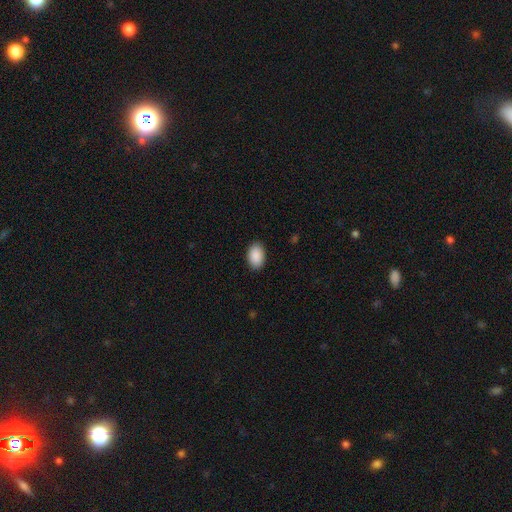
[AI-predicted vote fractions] A smooth galaxy with no disk features (91%) that is in between round and cigar-shaped (88%). Merging: none (89%).